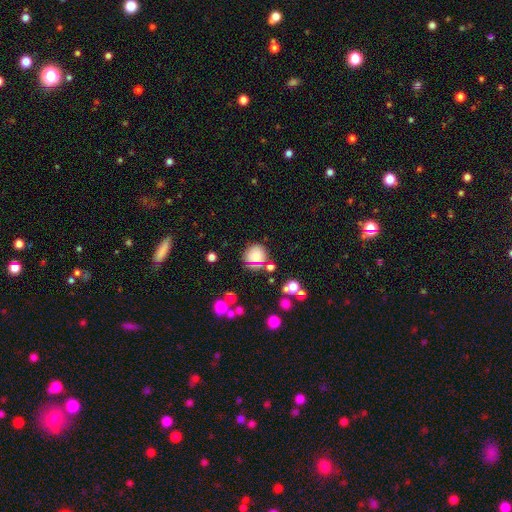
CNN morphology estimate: smooth-or-featured: smooth: 71% | star or artifact: 16% | featured or disk: 13%
  how-rounded: round: 84% | in between: 15% | cigar-shaped: 1%
  merging: none: 65% | minor disturbance: 18% | merger: 10% | major disturbance: 7%